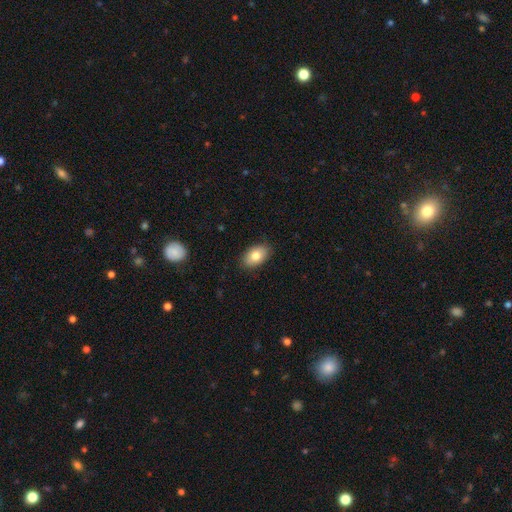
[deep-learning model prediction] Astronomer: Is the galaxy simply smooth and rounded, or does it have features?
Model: smooth — 80%.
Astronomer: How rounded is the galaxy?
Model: in between — 90%.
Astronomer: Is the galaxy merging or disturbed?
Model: none — 87%.